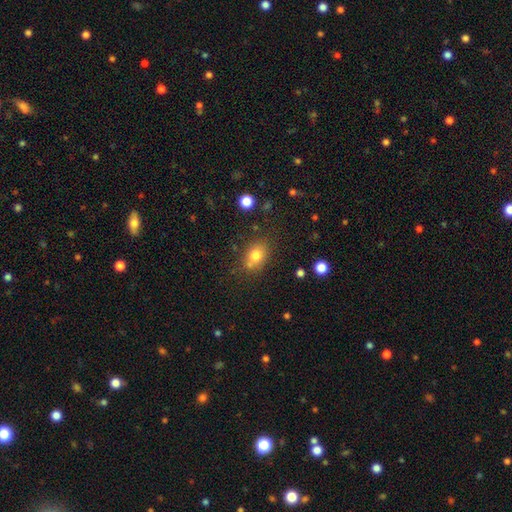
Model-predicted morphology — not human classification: Q: Smooth or featured?
A: smooth (77%); runner-up: featured or disk (12%)
Q: How rounded?
A: in between (63%); runner-up: round (35%)
Q: Merging?
A: none (66%); runner-up: minor disturbance (17%)